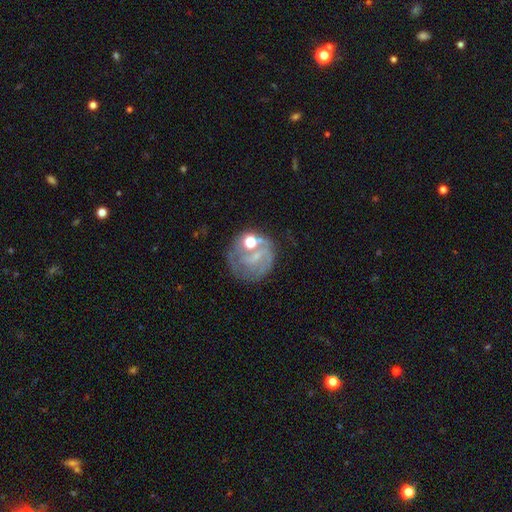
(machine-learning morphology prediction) featured or disk 57%, smooth 28%, star or artifact 14%. Down the decision tree: edge-on disk — no (97%); bar — no (44%); spiral arms — yes (63%); bulge size — small (38%); merging — none (57%).